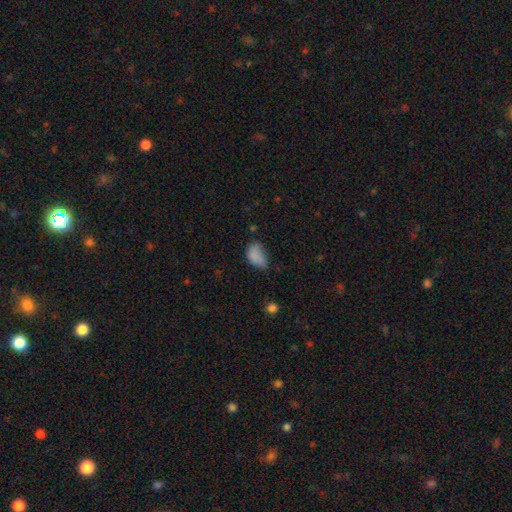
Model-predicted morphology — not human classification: Smooth or featured? smooth (80%)
How rounded? in between (88%)
Merging? minor disturbance (43%)